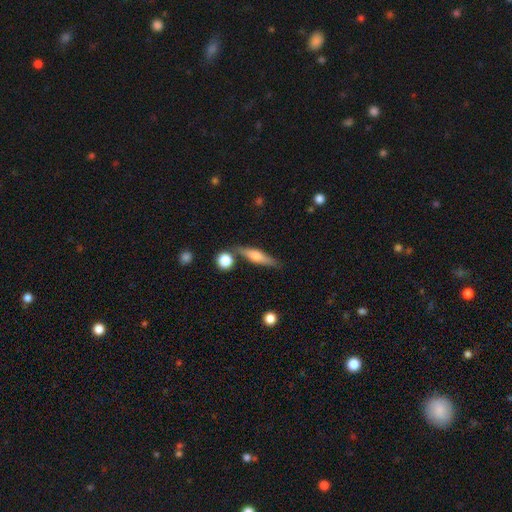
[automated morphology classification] Smooth or featured? Predicted: featured or disk (p=0.54). Edge-on disk? Predicted: yes (p=0.95). Edge-on bulge? Predicted: rounded (p=0.80). Merging? Predicted: none (p=0.78).